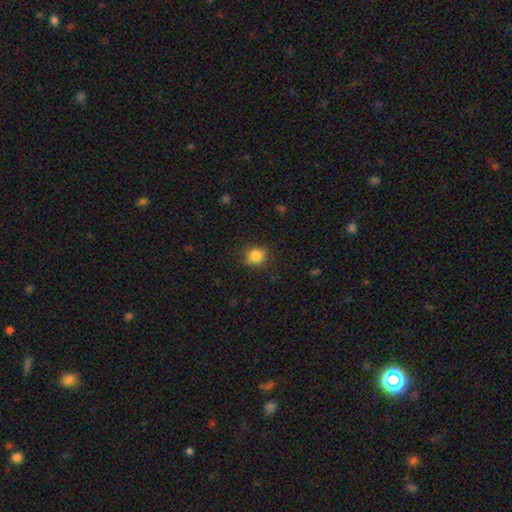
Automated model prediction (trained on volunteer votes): This appears to be a smooth galaxy with no disk features (85%) that is round (82%). Merging: none (85%).